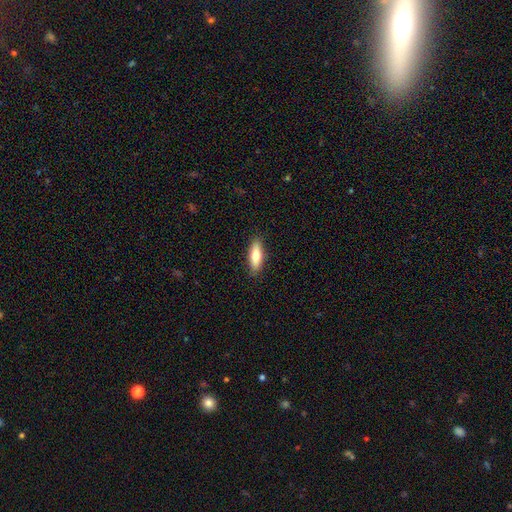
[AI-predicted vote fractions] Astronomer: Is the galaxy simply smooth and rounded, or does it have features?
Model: smooth — 76%.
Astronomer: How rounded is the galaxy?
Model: in between — 50% (runner-up: cigar-shaped, 48%).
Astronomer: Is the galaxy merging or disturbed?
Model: none — 88%.